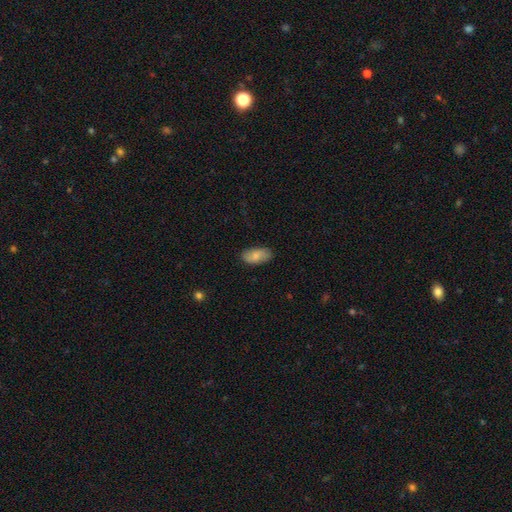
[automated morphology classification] smooth 81%, featured or disk 13%, star or artifact 6%. Down the decision tree: how rounded — in between (94%); merging — none (82%).